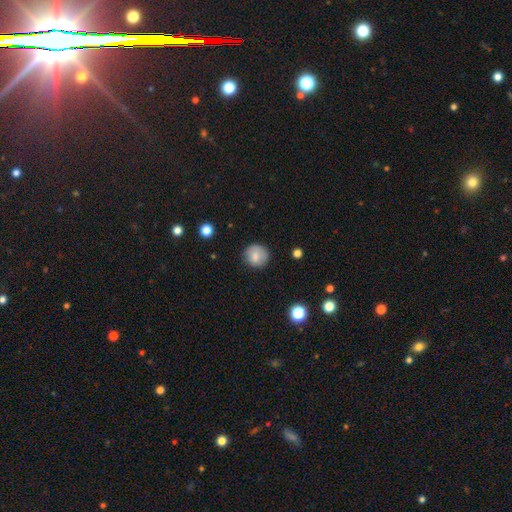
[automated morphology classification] Smooth or featured? smooth (80%)
How rounded? round (89%)
Merging? none (83%)